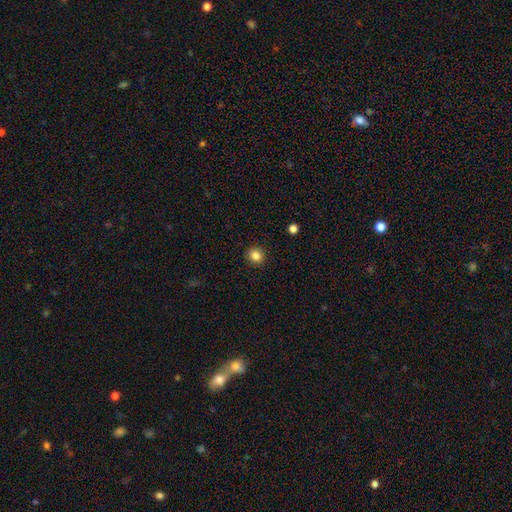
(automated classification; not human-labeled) smooth_or_featured: smooth (p=0.84) [alt: star or artifact p=0.11]
how_rounded: round (p=0.90) [alt: in between p=0.09]
merging: none (p=0.92) [alt: minor disturbance p=0.05]